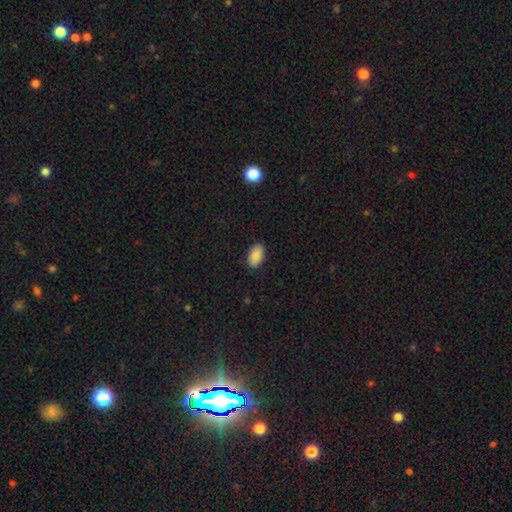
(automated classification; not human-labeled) Smooth or featured: smooth — 89% (star or artifact — 7%)
How rounded: in between — 93% (round — 6%)
Merging: none — 88% (minor disturbance — 9%)